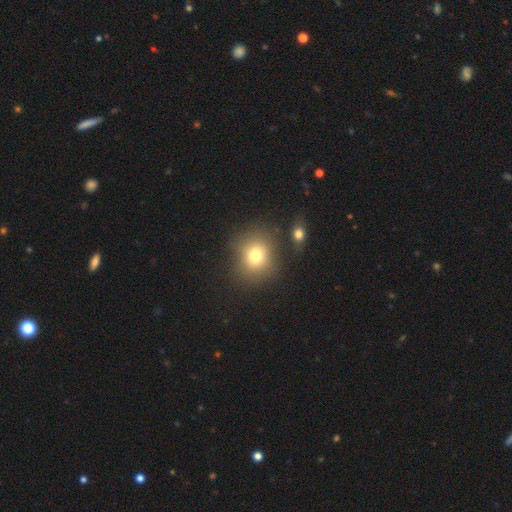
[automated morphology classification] Overall: smooth (74%). How rounded: round (80%). Merging: none (75%).